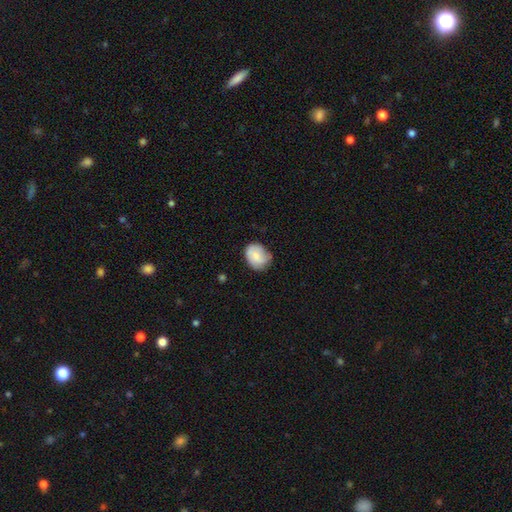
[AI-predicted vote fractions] smooth 70%, featured or disk 23%, star or artifact 7%. Down the decision tree: how rounded — round (51%); merging — none (60%).